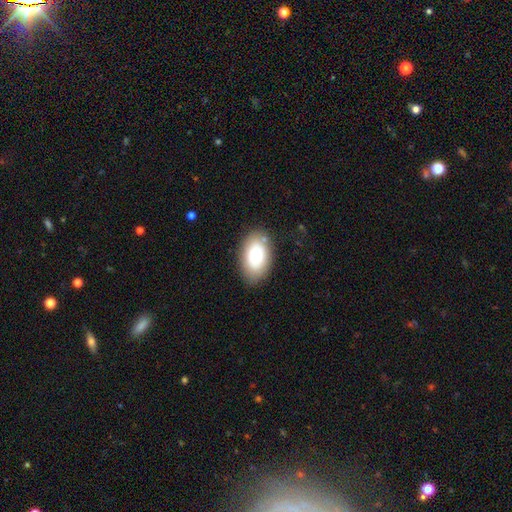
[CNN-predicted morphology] smooth-or-featured: smooth: 74% | featured or disk: 18% | star or artifact: 7%
  how-rounded: in between: 90% | round: 9% | cigar-shaped: 1%
  merging: none: 82% | minor disturbance: 12% | major disturbance: 3% | merger: 2%